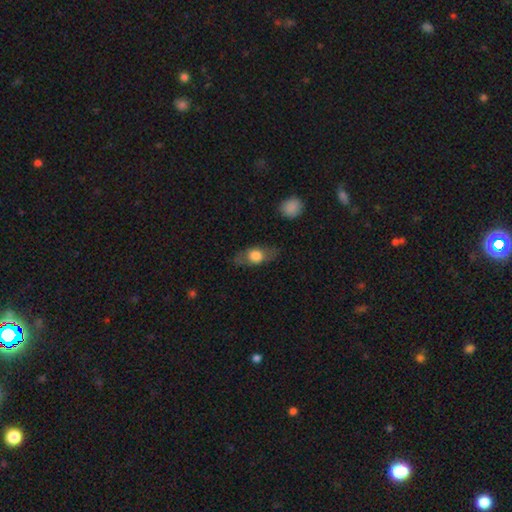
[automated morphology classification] smooth-or-featured: smooth: 57% | featured or disk: 36% | star or artifact: 7%
  how-rounded: in between: 64% | round: 19% | cigar-shaped: 17%
  merging: none: 76% | minor disturbance: 16% | major disturbance: 7% | merger: 2%